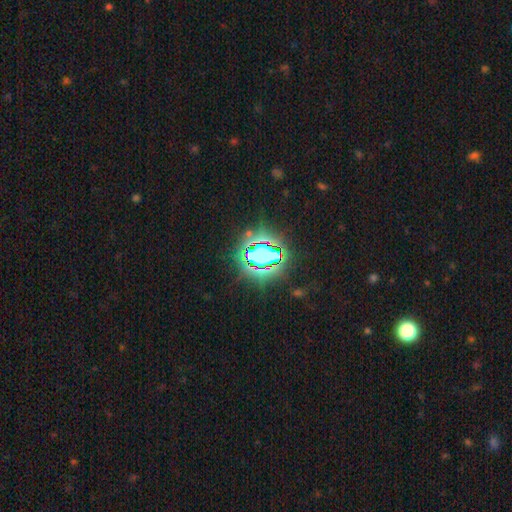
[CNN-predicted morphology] Smooth or featured?
  - star or artifact: 69% *
  - smooth: 19%
  - featured or disk: 12%